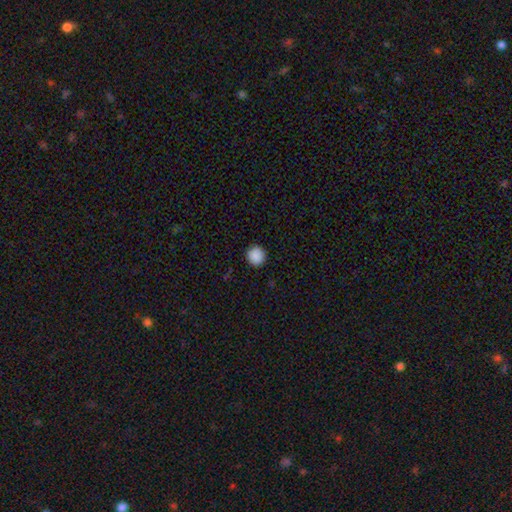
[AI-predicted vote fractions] Overall: smooth (89%). How rounded: round (93%). Merging: none (92%).